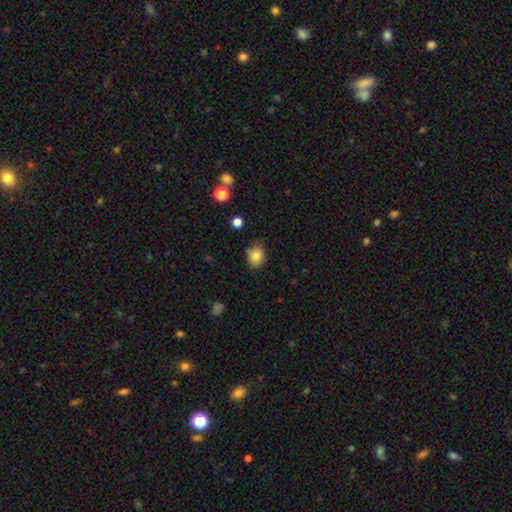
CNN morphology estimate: This appears to be a smooth galaxy with no disk features (83%) that is round (52%). Merging: none (78%).